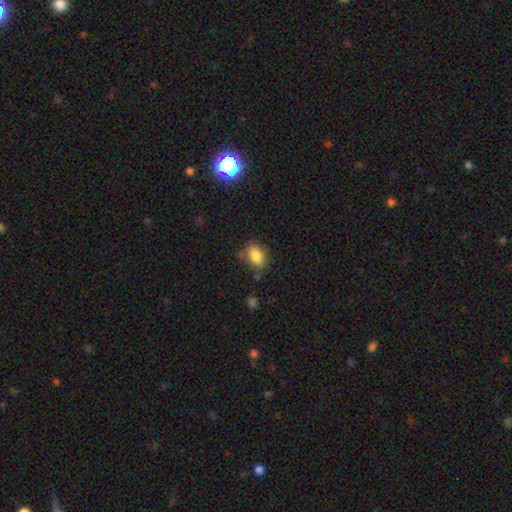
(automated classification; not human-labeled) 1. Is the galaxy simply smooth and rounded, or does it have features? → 84% smooth, 9% star or artifact, 7% featured or disk.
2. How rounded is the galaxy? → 75% in between, 24% round, 1% cigar-shaped.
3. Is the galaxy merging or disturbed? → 74% none, 17% minor disturbance, 5% merger, 4% major disturbance.